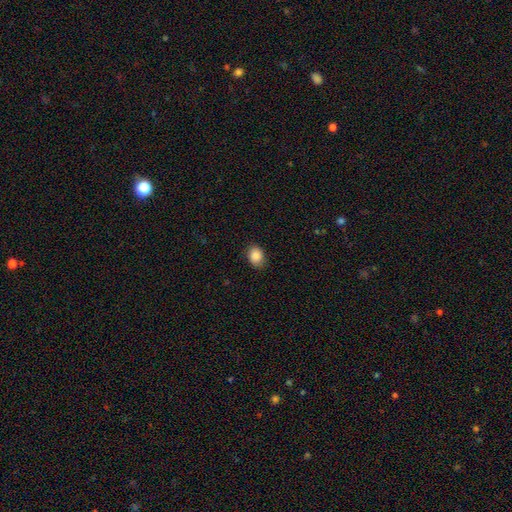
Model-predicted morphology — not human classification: A smooth galaxy with no disk features (87%) that is in between round and cigar-shaped (60%).

Vote fractions:
- Smooth or featured? smooth: 87% / star or artifact: 8% / featured or disk: 4%
- How rounded? in between: 60% / round: 39% / cigar-shaped: 1%
- Merging? none: 83% / minor disturbance: 13% / major disturbance: 3% / merger: 1%